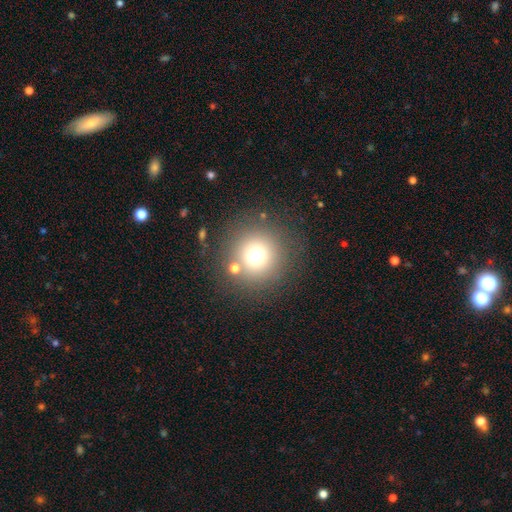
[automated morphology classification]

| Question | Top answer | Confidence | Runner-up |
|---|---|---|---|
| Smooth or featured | smooth | 70% | star or artifact (18%) |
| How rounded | round | 93% | in between (6%) |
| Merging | none | 77% | merger (9%) |